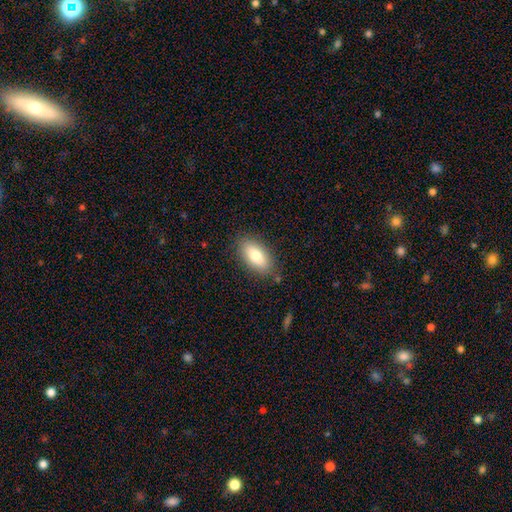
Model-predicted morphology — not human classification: smooth 78%, featured or disk 14%, star or artifact 7%. Down the decision tree: how rounded — in between (90%); merging — none (83%).